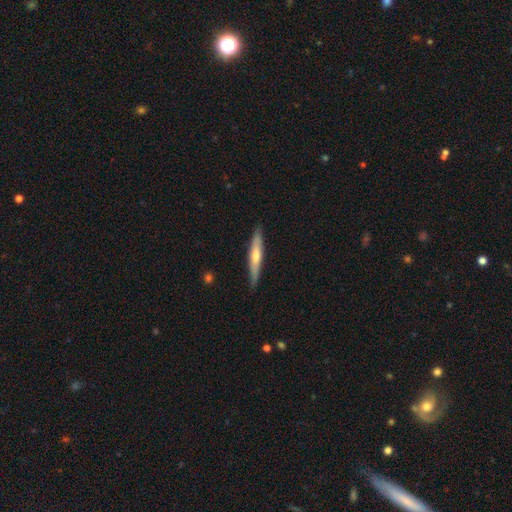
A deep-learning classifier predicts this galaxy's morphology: Smooth or featured? Predicted: featured or disk (p=0.53). Edge-on disk? Predicted: yes (p=0.94). Merging? Predicted: none (p=0.88).